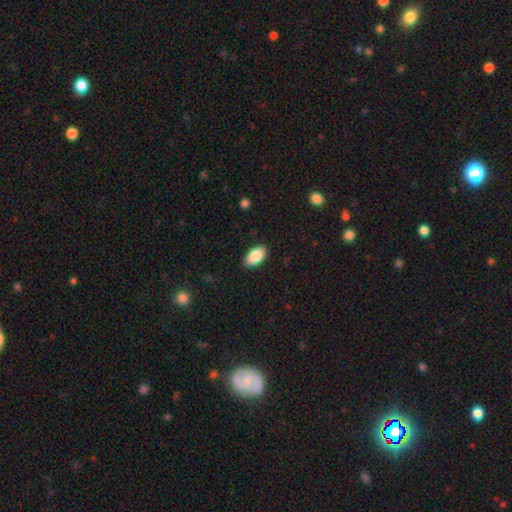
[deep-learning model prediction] Smooth or featured? Predicted: smooth (p=0.86). How rounded? Predicted: in between (p=0.94). Merging? Predicted: none (p=0.88).